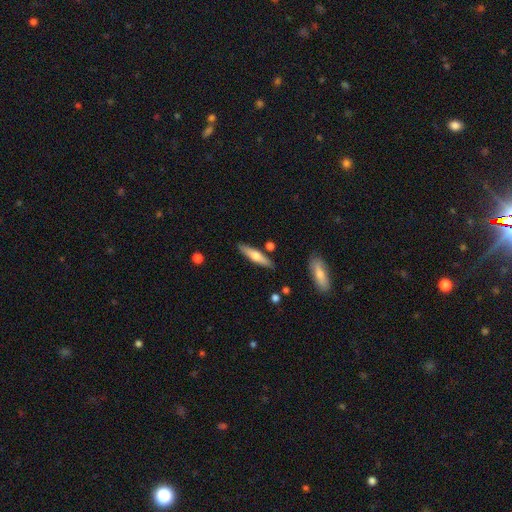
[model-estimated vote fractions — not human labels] smooth-or-featured: smooth: 55% | featured or disk: 40% | star or artifact: 6%
  how-rounded: cigar-shaped: 79% | in between: 19% | round: 2%
  merging: none: 85% | minor disturbance: 9% | merger: 4% | major disturbance: 2%